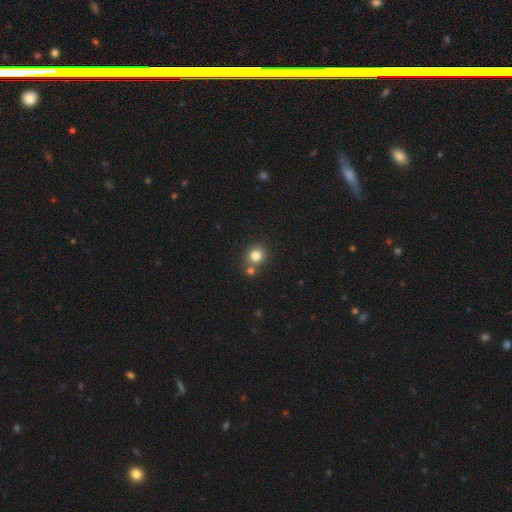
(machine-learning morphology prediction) This is likely a smooth galaxy (80%). How rounded: clearly round (85%). Merging: likely none (67%).